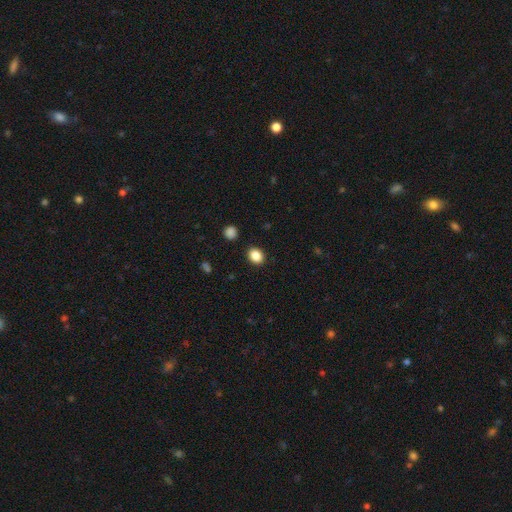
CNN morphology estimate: type=smooth (87%); roundness=in between (52%); merging=none (89%).